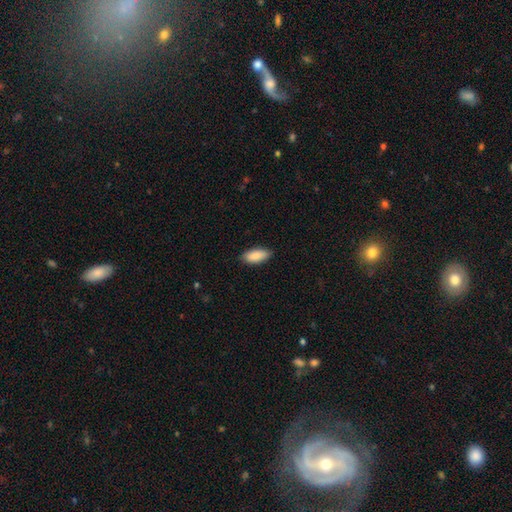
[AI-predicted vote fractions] The model was most divided on "how rounded": in between: 86%, cigar-shaped: 13%, round: 2%. More confident: smooth or featured — smooth (90%); merging — none (85%).